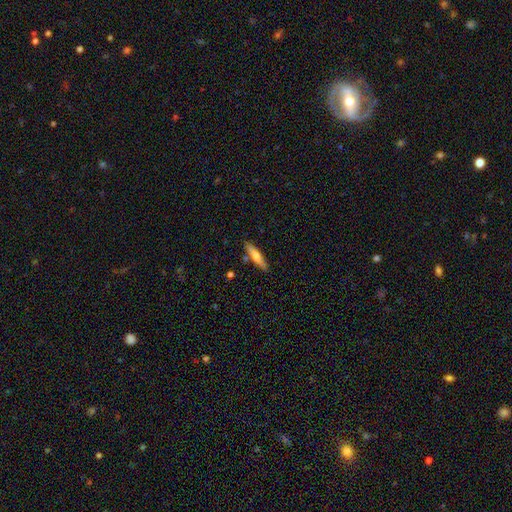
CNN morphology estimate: The model was most divided on "smooth or featured": smooth: 60%, featured or disk: 34%, star or artifact: 6%. More confident: how rounded — cigar-shaped (85%); merging — none (84%).